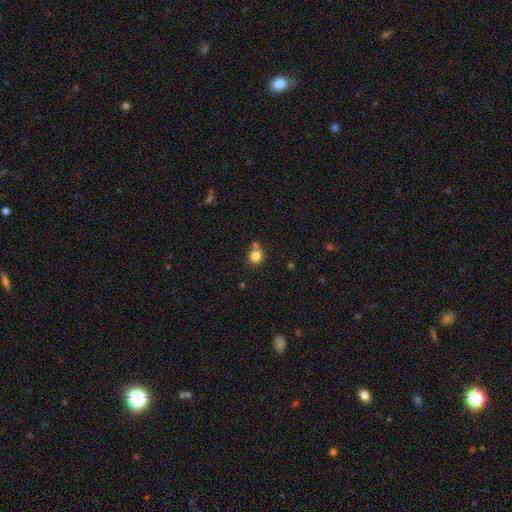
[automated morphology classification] Smooth or featured?
  - smooth: 82% *
  - star or artifact: 12%
  - featured or disk: 6%
How rounded?
  - round: 86% *
  - in between: 14%
  - cigar-shaped: 1%
Merging?
  - none: 67% *
  - merger: 20%
  - minor disturbance: 10%
  - major disturbance: 3%